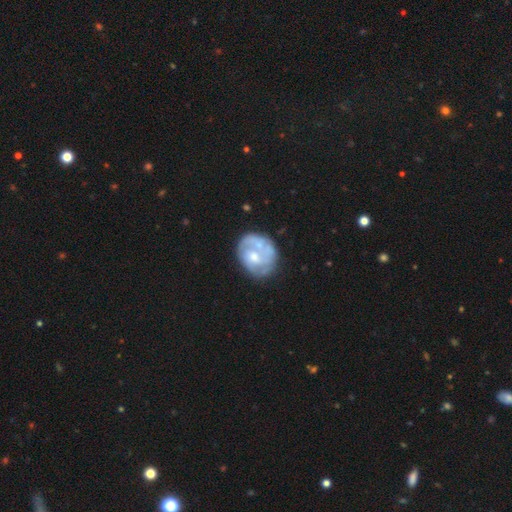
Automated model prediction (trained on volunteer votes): A featured or disk galaxy (62%) with no bar (76%), no spiral arms (52%) and a moderate central bulge (49%). Merging: none (50%).